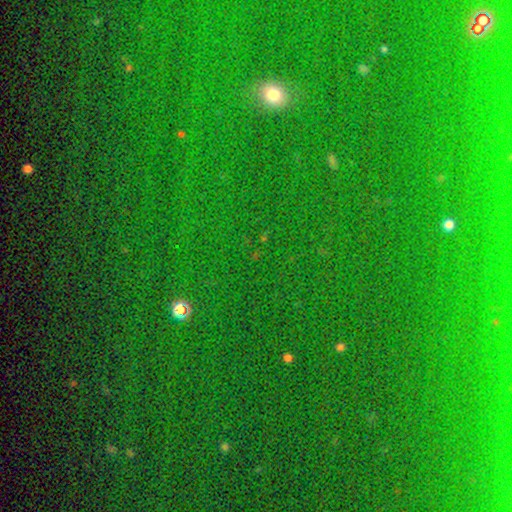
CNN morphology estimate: star or artifact 73%, smooth 18%, featured or disk 9%.